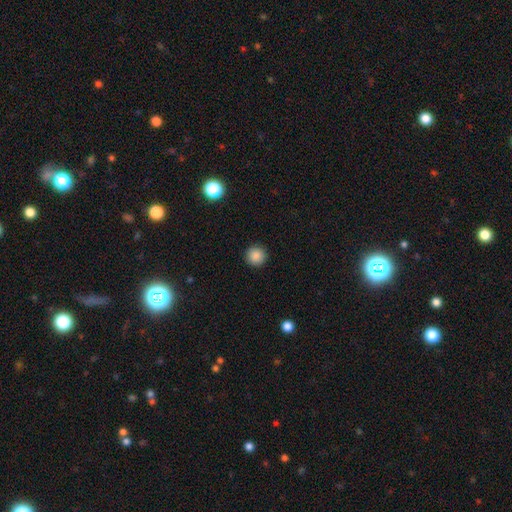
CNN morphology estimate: smooth-or-featured: smooth: 87% | star or artifact: 9% | featured or disk: 3%
  how-rounded: round: 95% | in between: 4% | cigar-shaped: 1%
  merging: none: 92% | minor disturbance: 5% | major disturbance: 2% | merger: 1%